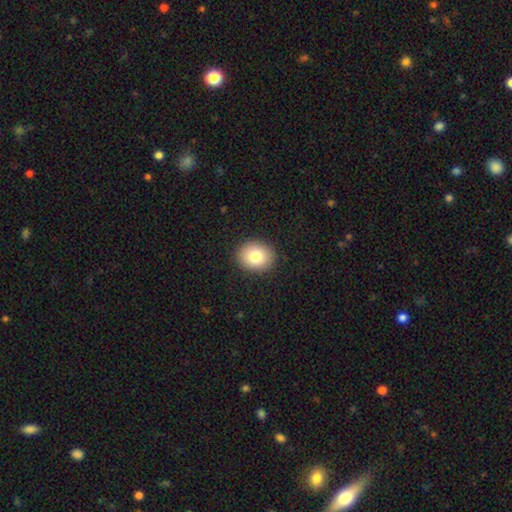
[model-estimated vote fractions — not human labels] Smooth or featured? Predicted: smooth (p=0.80). How rounded? Predicted: round (p=0.60). Merging? Predicted: none (p=0.92).